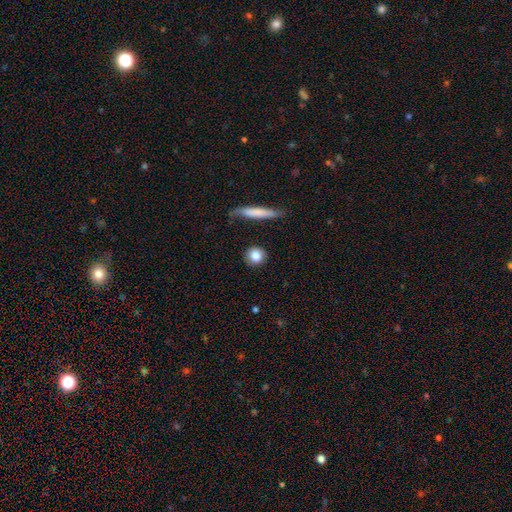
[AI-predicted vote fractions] smooth 83%, featured or disk 9%, star or artifact 8%. Down the decision tree: how rounded — round (83%); merging — none (86%).